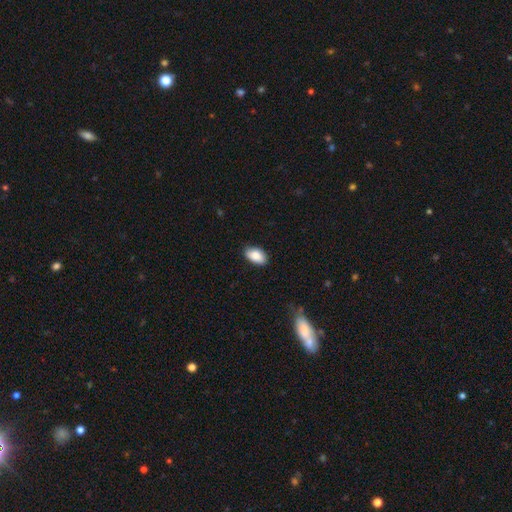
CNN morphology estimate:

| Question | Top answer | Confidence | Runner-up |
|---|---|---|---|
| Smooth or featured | smooth | 86% | featured or disk (8%) |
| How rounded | in between | 93% | round (4%) |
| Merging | none | 84% | minor disturbance (13%) |